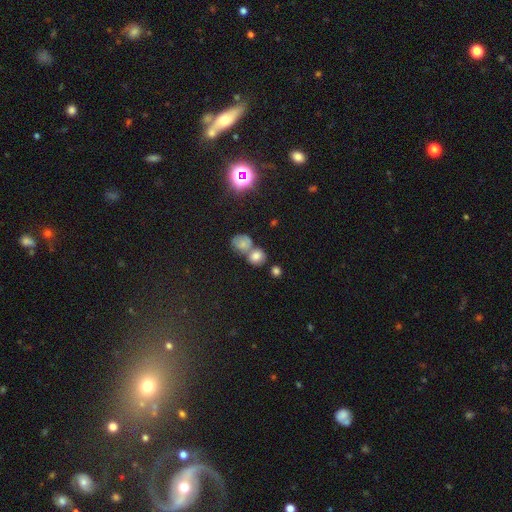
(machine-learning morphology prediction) smooth-or-featured: smooth: 71% | star or artifact: 18% | featured or disk: 11%
  how-rounded: round: 71% | in between: 27% | cigar-shaped: 1%
  merging: none: 44% (tied) | merger: 44% (tied) | minor disturbance: 9% | major disturbance: 4%